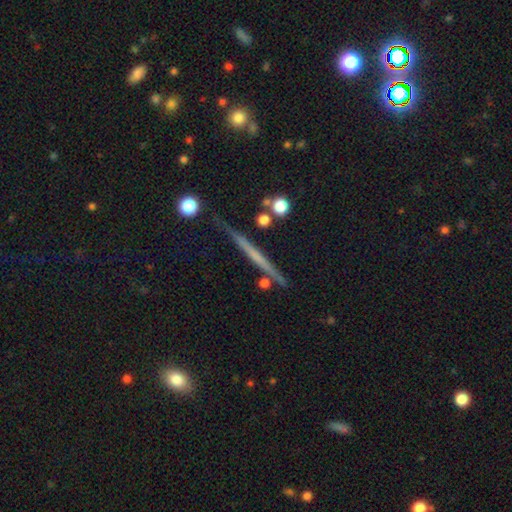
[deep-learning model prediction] Q: Smooth or featured?
A: featured or disk (61%); runner-up: smooth (32%)
Q: Edge-on disk?
A: yes (97%); runner-up: no (3%)
Q: Edge-on bulge?
A: none (86%); runner-up: rounded (9%)
Q: Merging?
A: none (87%); runner-up: minor disturbance (9%)